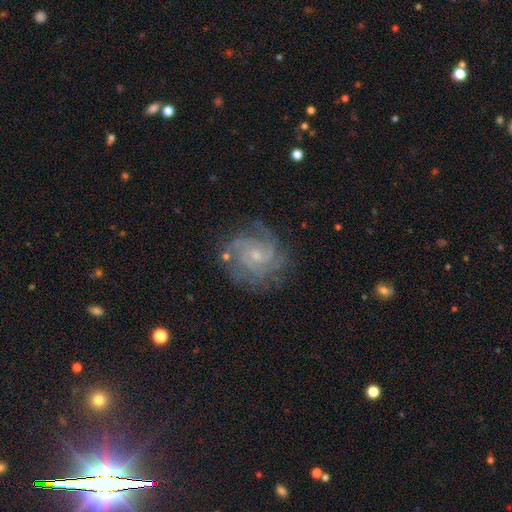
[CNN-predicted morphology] featured or disk 86%, star or artifact 7%, smooth 7%. Down the decision tree: edge-on disk — no (98%); bar — no (63%); spiral arms — yes (97%); spiral arm count — 3 (27%); spiral winding — tight (61%); bulge size — small (70%); merging — none (76%).